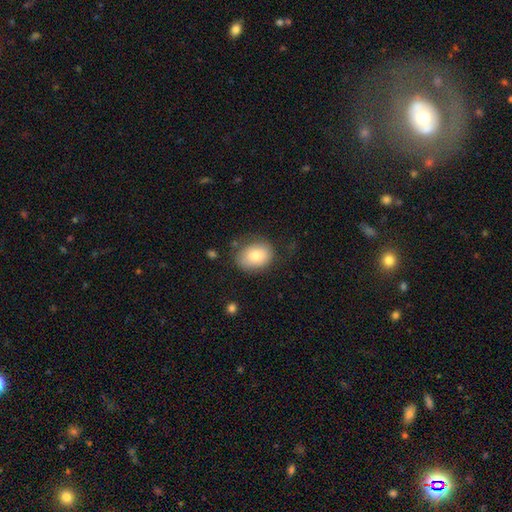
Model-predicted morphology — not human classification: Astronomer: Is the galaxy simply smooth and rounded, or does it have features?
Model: smooth — 79%.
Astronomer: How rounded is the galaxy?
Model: in between — 60% (runner-up: round, 39%).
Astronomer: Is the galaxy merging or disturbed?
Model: none — 71%.